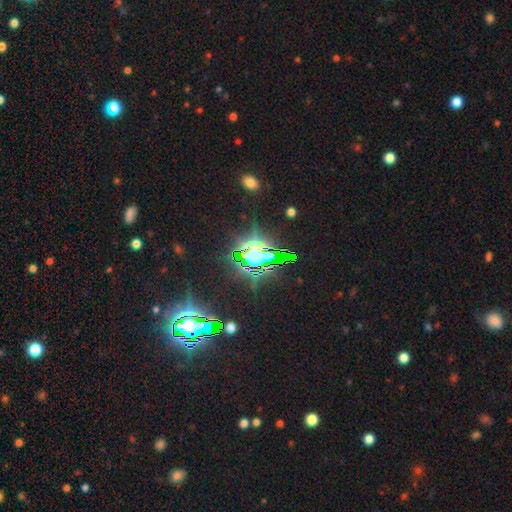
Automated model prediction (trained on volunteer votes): star or artifact 75%, smooth 14%, featured or disk 11%.